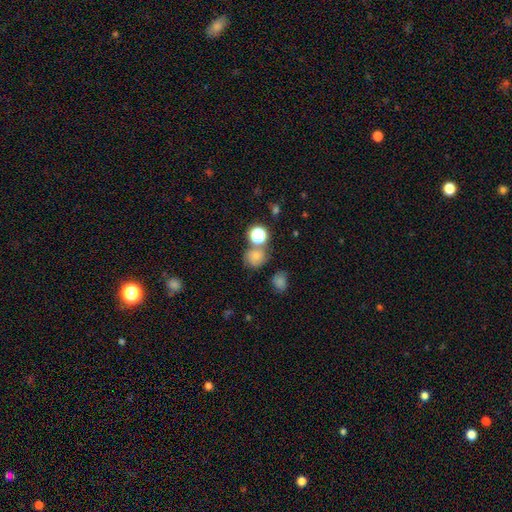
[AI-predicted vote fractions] Smooth or featured: smooth — 64% (star or artifact — 20%)
How rounded: round — 79% (in between — 20%)
Merging: none — 59% (merger — 18%)